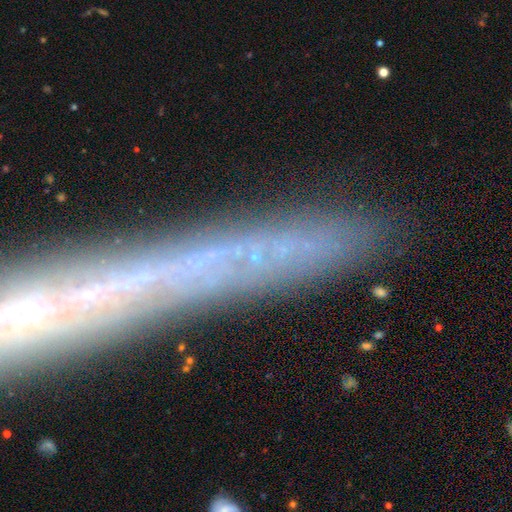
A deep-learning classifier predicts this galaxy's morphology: featured or disk 38%, smooth 31%, star or artifact 31%. Down the decision tree: merging — none (82%).